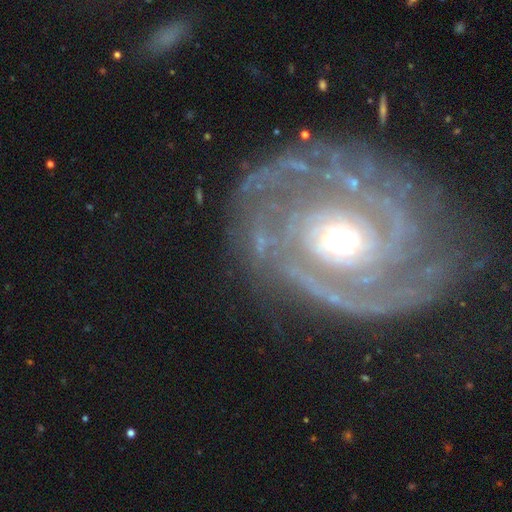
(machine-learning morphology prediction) Overall: featured or disk (89%). Edge-on disk: no (97%). Bar: no (68%). Spiral arms: yes (94%). Spiral arm count: 2 (30%; can't tell 25%). Spiral winding: tight (72%). Bulge size: moderate (68%). Merging: none (73%).